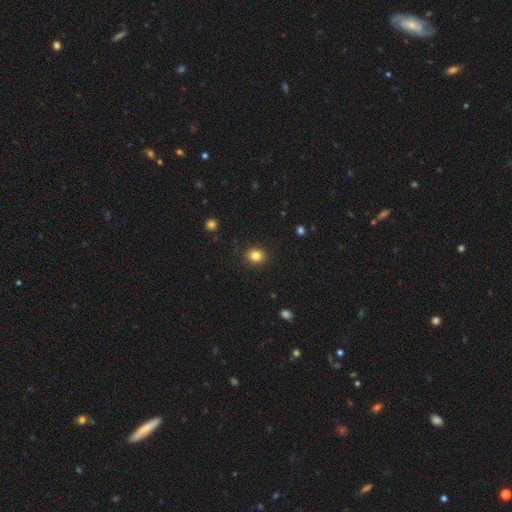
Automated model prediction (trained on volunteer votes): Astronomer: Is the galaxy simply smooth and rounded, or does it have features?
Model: smooth — 83%.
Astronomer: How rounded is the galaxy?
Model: round — 73%.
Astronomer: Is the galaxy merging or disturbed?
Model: none — 90%.